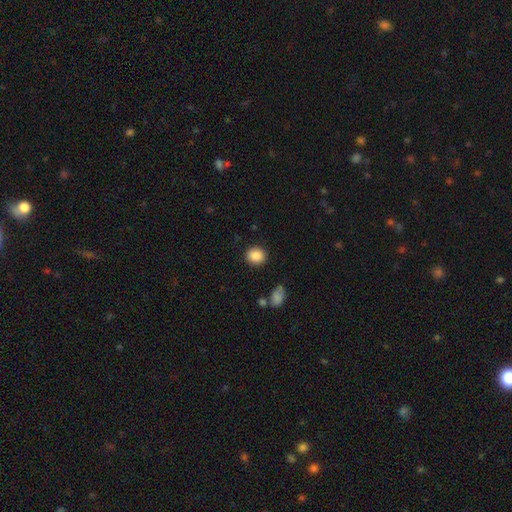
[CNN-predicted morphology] smooth 88%, star or artifact 9%, featured or disk 3%. Down the decision tree: how rounded — round (75%); merging — none (88%).